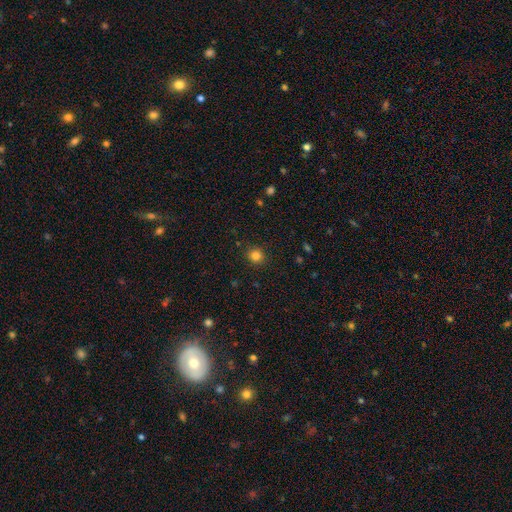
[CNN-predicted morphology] Overall: smooth (82%). How rounded: round (87%). Merging: none (90%).